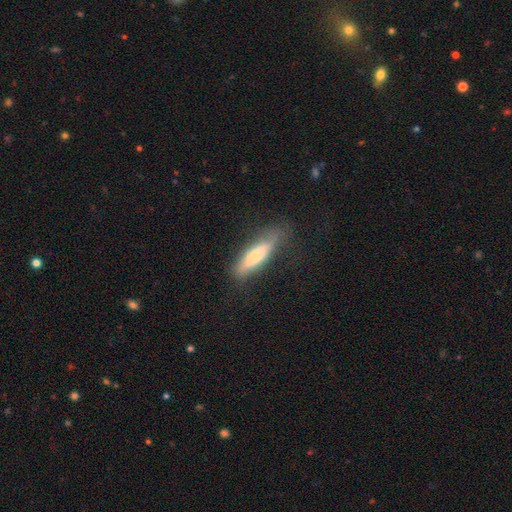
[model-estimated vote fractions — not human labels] This appears to be a smooth galaxy with no disk features (69%) that is cigar-shaped (73%). Merging: none (69%).